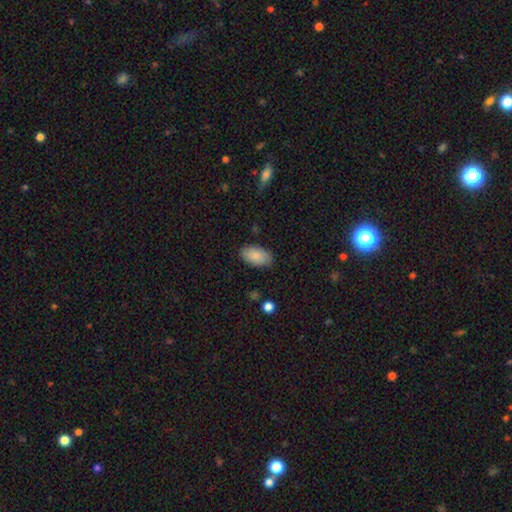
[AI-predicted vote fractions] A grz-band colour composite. It shows a smooth galaxy with no disk features (86%) that is in between round and cigar-shaped (94%). Merging: none (84%).